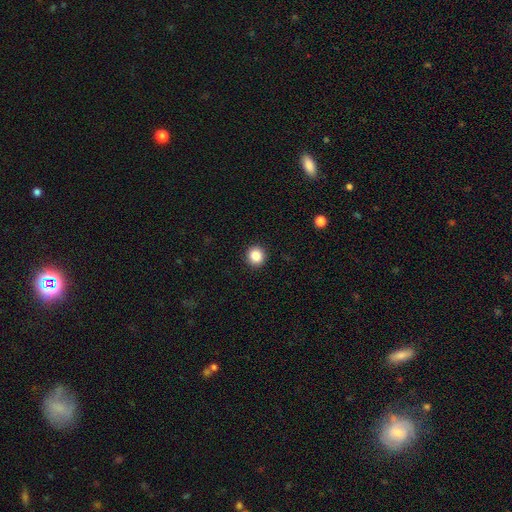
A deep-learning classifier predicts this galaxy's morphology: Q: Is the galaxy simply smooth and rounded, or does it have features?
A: smooth — 86%.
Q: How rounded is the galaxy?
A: round — 93%.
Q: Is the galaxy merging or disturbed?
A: none — 93%.